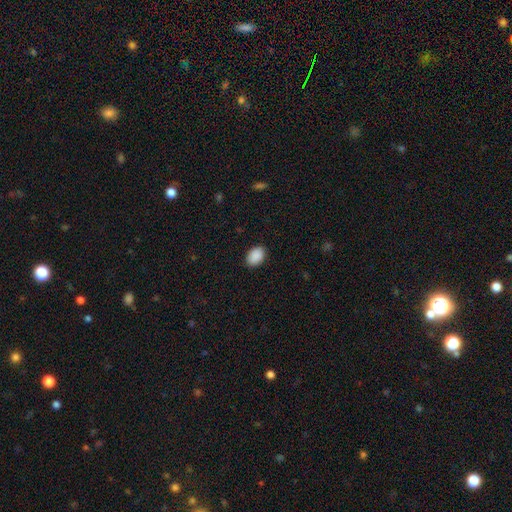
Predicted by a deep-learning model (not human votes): This appears to be a smooth galaxy with no disk features (91%) that is in between round and cigar-shaped (81%). Merging: none (89%).